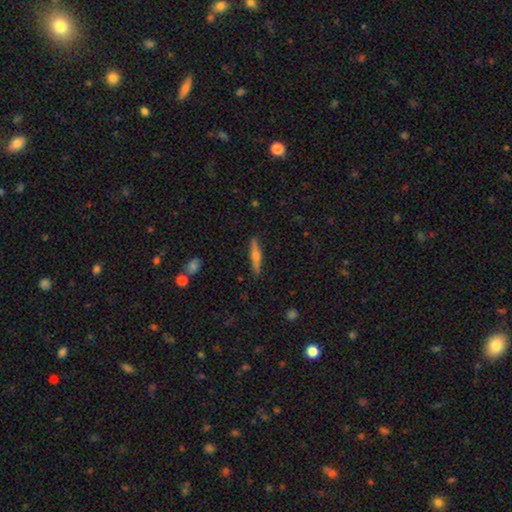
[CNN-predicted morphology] A featured or disk galaxy (53%) viewed edge-on (96%) with a rounded central bulge (86%). Merging: none (89%).